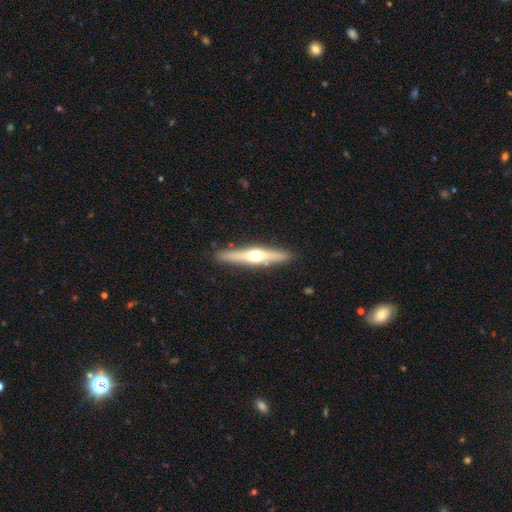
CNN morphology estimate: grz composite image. It shows a featured or disk galaxy (63%) viewed edge-on (96%) with a rounded central bulge (93%). Merging: none (89%).